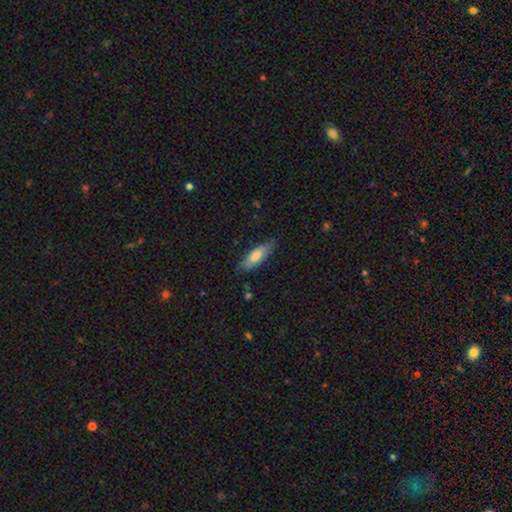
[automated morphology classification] Smooth or featured: smooth — 72% (featured or disk — 22%)
How rounded: in between — 53% (cigar-shaped — 45%)
Merging: none — 76% (minor disturbance — 19%)